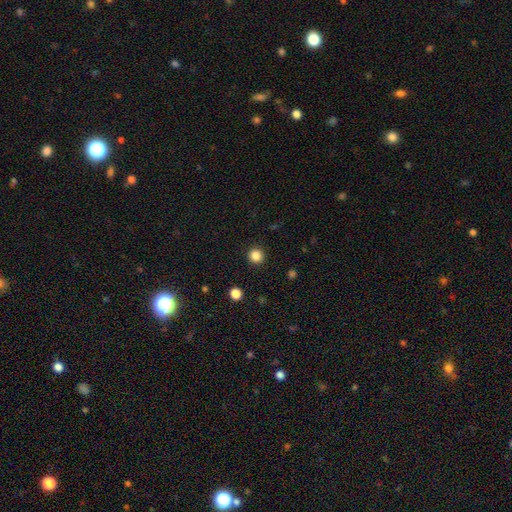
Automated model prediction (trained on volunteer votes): This is clearly a smooth galaxy (85%). How rounded: clearly round (94%). Merging: clearly none (93%).